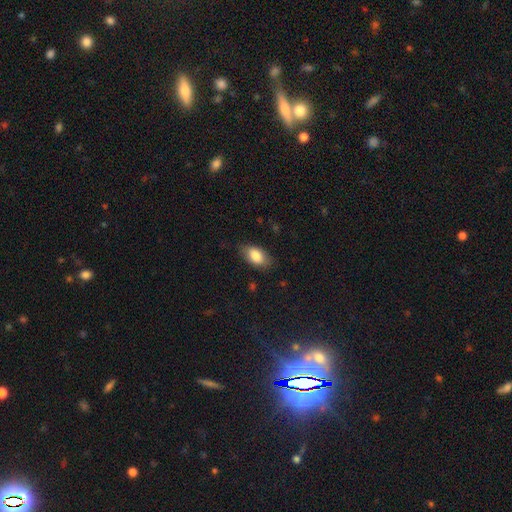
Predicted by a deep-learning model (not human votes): Smooth or featured? Predicted: smooth (p=0.84). How rounded? Predicted: in between (p=0.91). Merging? Predicted: none (p=0.78).